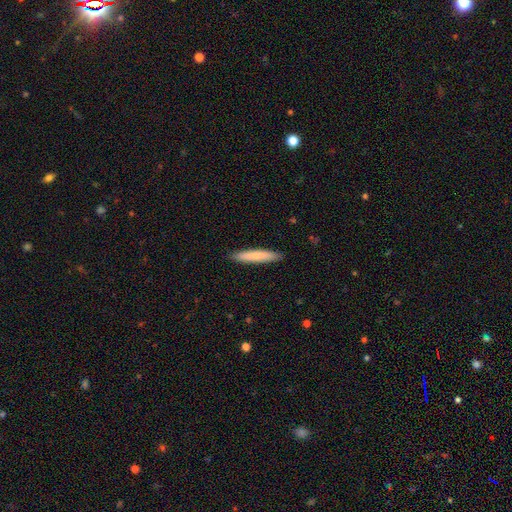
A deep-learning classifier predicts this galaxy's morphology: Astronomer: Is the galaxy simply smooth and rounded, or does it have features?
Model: smooth — 78%.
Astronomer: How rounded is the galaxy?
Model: cigar-shaped — 91%.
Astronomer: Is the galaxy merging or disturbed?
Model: none — 91%.